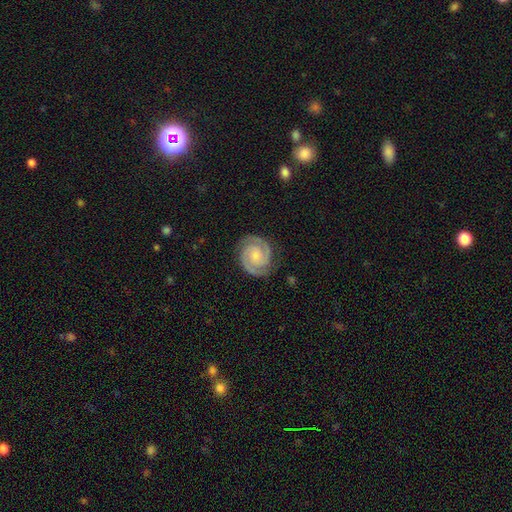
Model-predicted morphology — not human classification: Smooth or featured?
  - featured or disk: 90% *
  - smooth: 5%
  - star or artifact: 4%
Edge-on disk?
  - no: 98% *
  - yes: 2%
Bar?
  - no: 63% *
  - weak: 30%
  - strong: 7%
Spiral arms?
  - yes: 99% *
  - no: 1%
Spiral winding?
  - tight: 68% *
  - medium: 29%
  - loose: 3%
Spiral arm count?
  - 2: 92% *
  - 3: 3%
  - can't tell: 2%
  - 1: 1%
  - 4: 1%
  - more than 4: 1%
Bulge size?
  - small: 50% *
  - moderate: 34%
  - none: 12%
  - large: 3%
  - dominant: 1%
Merging?
  - none: 84% *
  - minor disturbance: 12%
  - major disturbance: 3%
  - merger: 1%